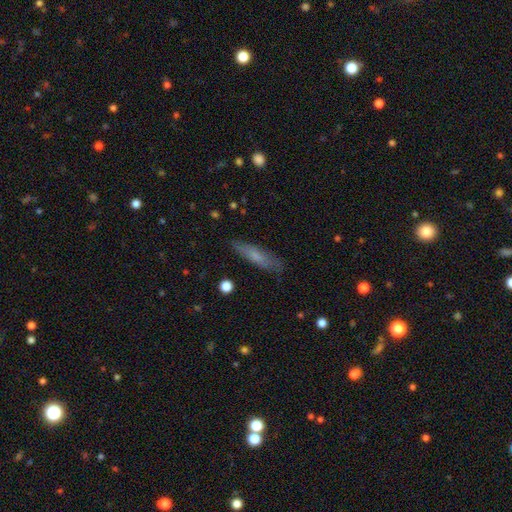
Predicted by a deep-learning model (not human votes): Overall: smooth (66%; featured or disk 27%). How rounded: cigar-shaped (77%). Merging: none (81%).